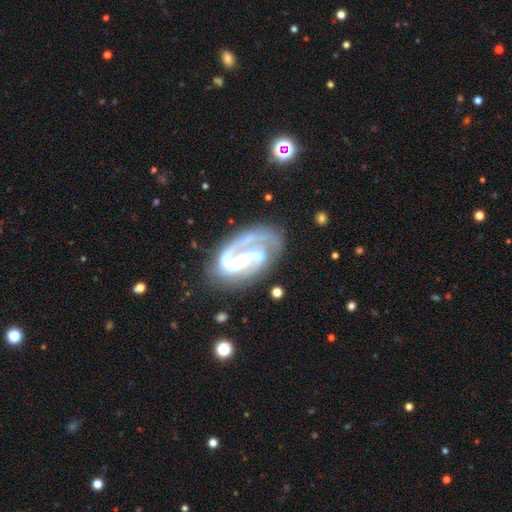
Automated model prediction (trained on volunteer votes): Overall: featured or disk (87%). Edge-on disk: no (98%). Bar: weak (40%; strong 35%). Spiral arms: yes (94%). Spiral arm count: 2 (58%; 1 23%). Spiral winding: medium (48%; loose 30%). Bulge size: small (42%; moderate 34%). Merging: none (48%; major disturbance 26%).